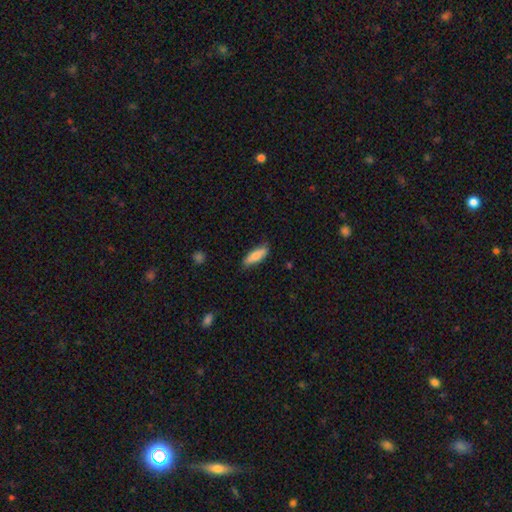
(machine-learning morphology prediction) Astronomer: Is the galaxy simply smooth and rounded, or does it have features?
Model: smooth — 75%.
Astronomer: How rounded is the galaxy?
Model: in between — 58% (runner-up: cigar-shaped, 40%).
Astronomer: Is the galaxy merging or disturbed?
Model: none — 79%.